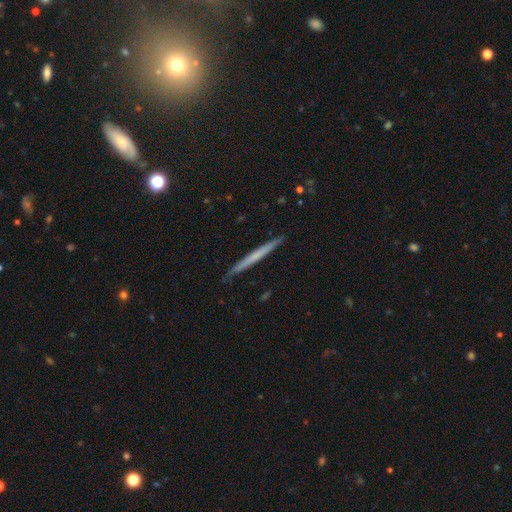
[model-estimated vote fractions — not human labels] Smooth or featured: featured or disk — 49% (smooth — 45%)
Merging: none — 90% (minor disturbance — 7%)